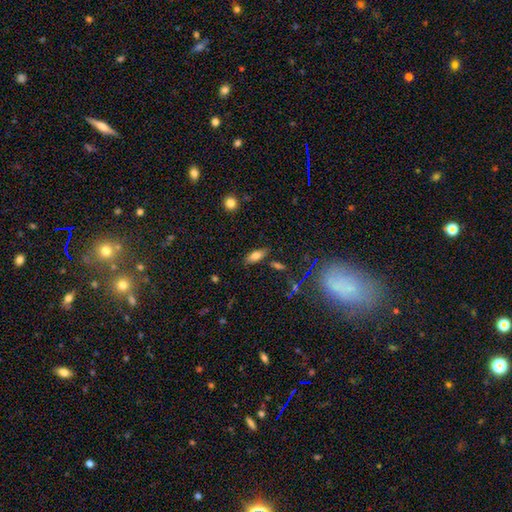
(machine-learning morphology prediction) This appears to be a smooth galaxy with no disk features (74%) that is in between round and cigar-shaped (82%). Merging: none (80%).